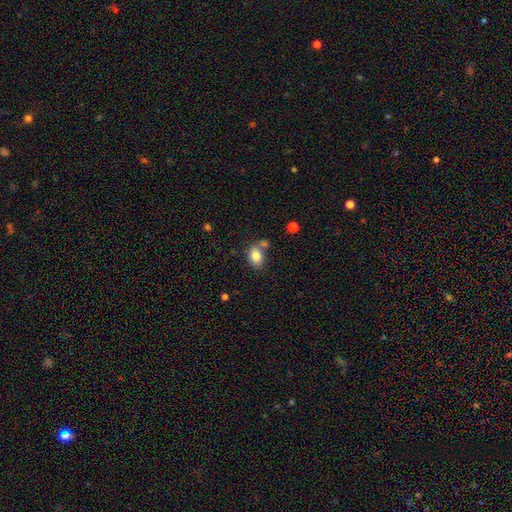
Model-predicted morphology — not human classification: type=smooth (83%); roundness=in between (76%); merging=none (61%).